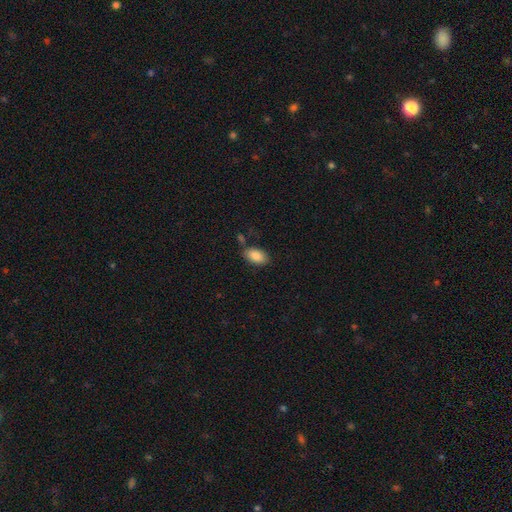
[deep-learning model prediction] Smooth or featured? smooth (87%)
How rounded? in between (92%)
Merging? none (76%)